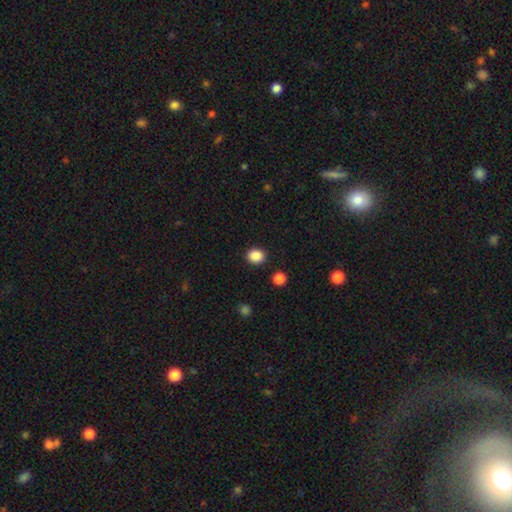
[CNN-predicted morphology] Smooth or featured? smooth (87%)
How rounded? round (70%)
Merging? none (90%)